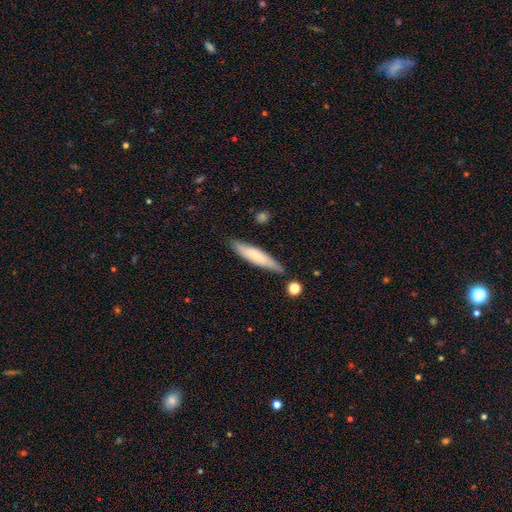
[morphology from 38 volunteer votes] Smooth or featured: smooth — 71% (featured or disk — 26%)
How rounded: cigar-shaped — 81% (in between — 19%)
Merging: none — 86% (minor disturbance — 14%)